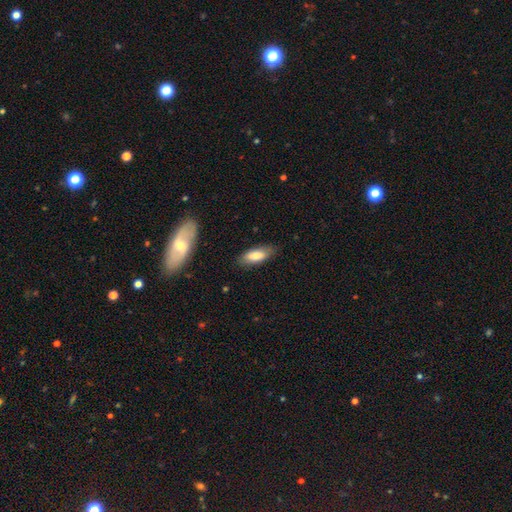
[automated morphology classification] This appears to be a smooth galaxy with no disk features (78%) that is in between round and cigar-shaped (75%). Merging: none (82%).